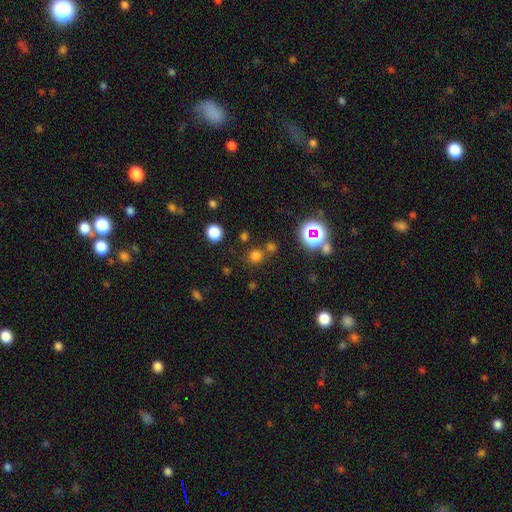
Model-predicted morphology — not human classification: Smooth or featured?
  - smooth: 66% *
  - star or artifact: 27%
  - featured or disk: 7%
How rounded?
  - round: 89% *
  - in between: 10%
  - cigar-shaped: 1%
Merging?
  - none: 74% *
  - merger: 15%
  - minor disturbance: 8%
  - major disturbance: 4%